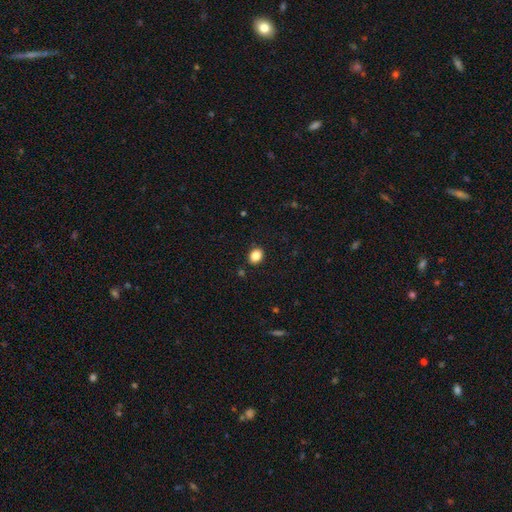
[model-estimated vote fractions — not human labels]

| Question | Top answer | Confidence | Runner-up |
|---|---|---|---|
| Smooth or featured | smooth | 85% | star or artifact (10%) |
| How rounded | in between | 54% | round (45%) |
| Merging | none | 89% | minor disturbance (8%) |